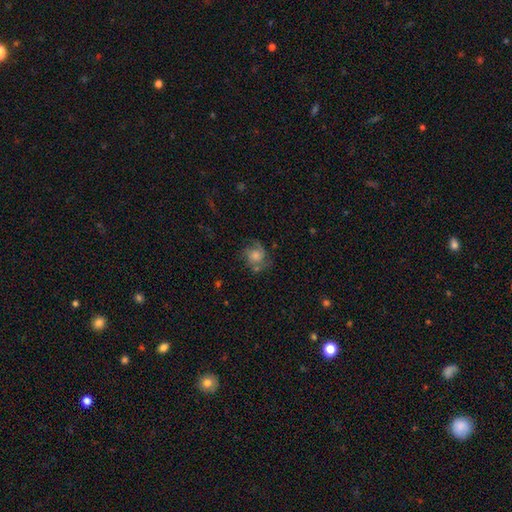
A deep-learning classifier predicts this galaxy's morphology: A featured or disk galaxy (46%). Merging: none (55%).